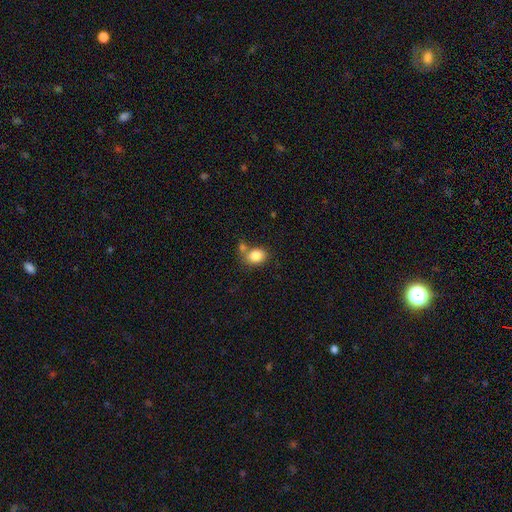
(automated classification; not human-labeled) This appears to be a smooth galaxy with no disk features (84%) that is in between round and cigar-shaped (52%). Merging: none (55%).